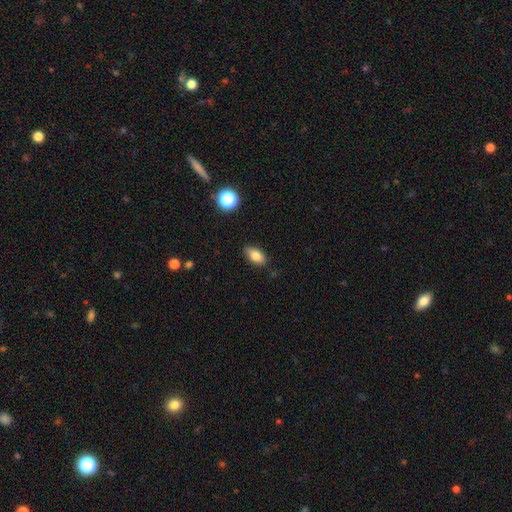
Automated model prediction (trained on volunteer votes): Smooth or featured?
  - smooth: 80% *
  - featured or disk: 10%
  - star or artifact: 9%
How rounded?
  - in between: 88% *
  - round: 6%
  - cigar-shaped: 6%
Merging?
  - none: 84% *
  - minor disturbance: 12%
  - major disturbance: 2%
  - merger: 1%